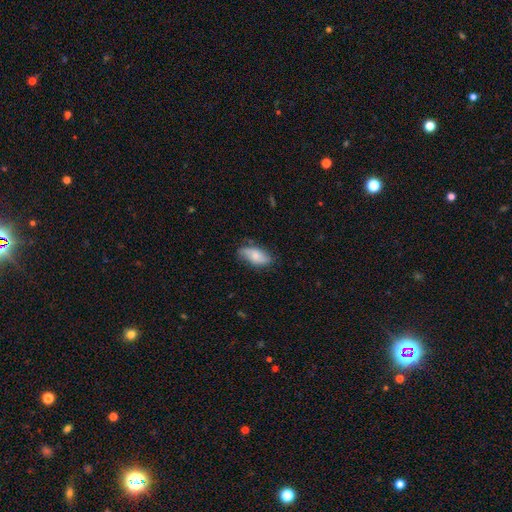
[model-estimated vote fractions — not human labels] This is likely a smooth galaxy (73%). How rounded: clearly in between (89%). Merging: likely none (67%).